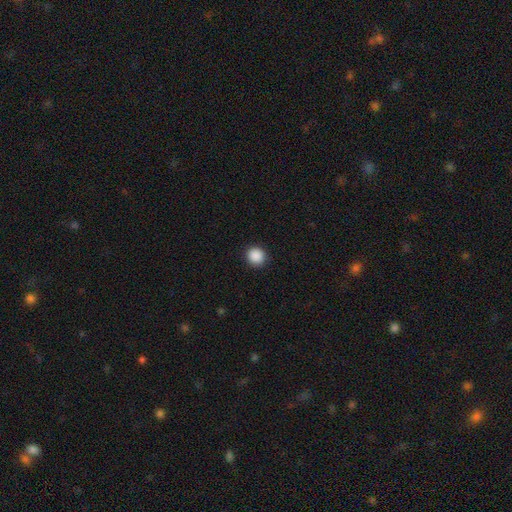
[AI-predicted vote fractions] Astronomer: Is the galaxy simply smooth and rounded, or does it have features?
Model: smooth — 89%.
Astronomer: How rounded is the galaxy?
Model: round — 93%.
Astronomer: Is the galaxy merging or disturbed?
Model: none — 92%.